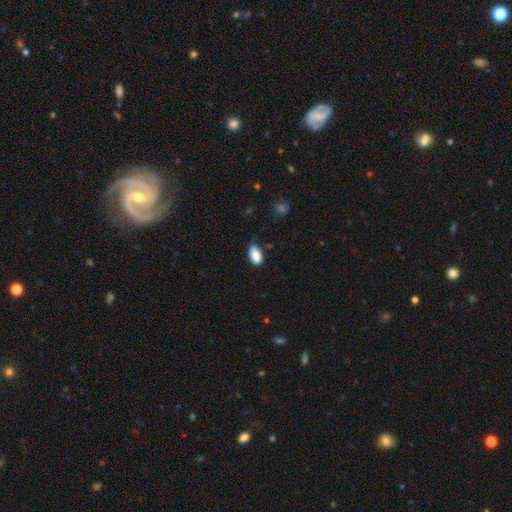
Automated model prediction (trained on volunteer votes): smooth 88%, star or artifact 7%, featured or disk 5%. Down the decision tree: how rounded — in between (94%); merging — none (70%).